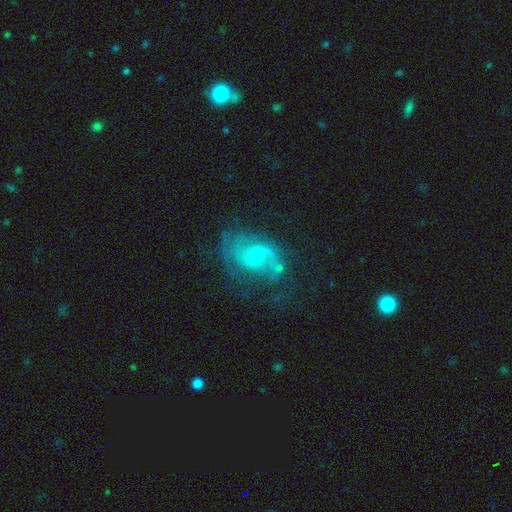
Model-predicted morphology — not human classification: A featured or disk galaxy (81%) with no bar (61%), 2 (65%) medium (49%) spiral arms (93%) and a small central bulge (72%).

Vote fractions:
- Smooth or featured? featured or disk: 81% / smooth: 11% / star or artifact: 8%
- Edge-on disk? no: 98% / yes: 2%
- Bar? no: 61% / weak: 35% / strong: 5%
- Spiral arms? yes: 93% / no: 7%
- Spiral winding? medium: 49% / loose: 28% / tight: 24%
- Spiral arm count? 2: 65% / can't tell: 16% / 3: 8% / 1: 6% / 4: 3% / more than 4: 3%
- Bulge size? small: 72% / moderate: 19% / none: 6% / large: 2% / dominant: 1%
- Merging? none: 55% / minor disturbance: 22% / major disturbance: 19% / merger: 5%